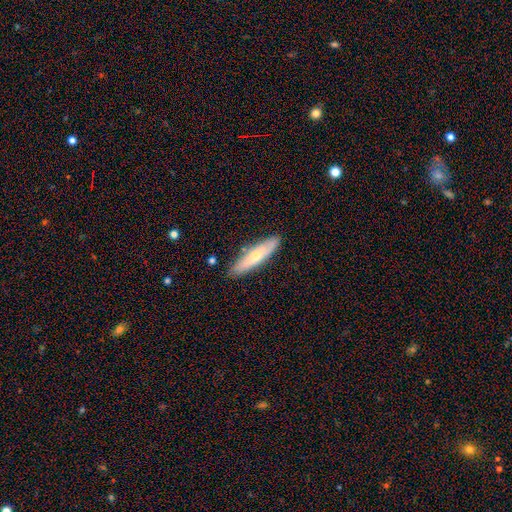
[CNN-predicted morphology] Smooth or featured?
  - smooth: 58% *
  - featured or disk: 36%
  - star or artifact: 6%
How rounded?
  - cigar-shaped: 77% *
  - in between: 22%
  - round: 2%
Merging?
  - none: 86% *
  - minor disturbance: 10%
  - major disturbance: 2%
  - merger: 2%